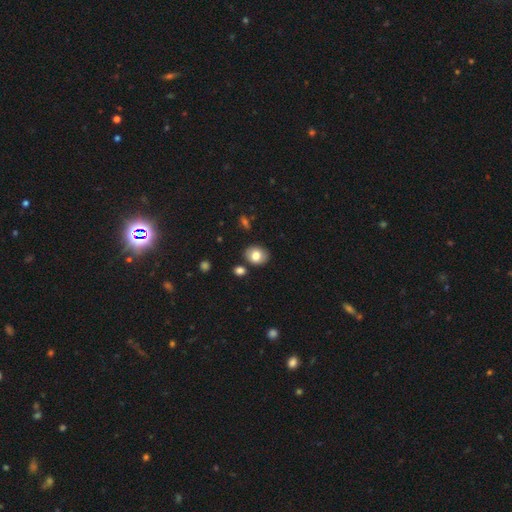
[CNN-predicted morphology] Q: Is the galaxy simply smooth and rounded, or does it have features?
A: smooth — 78%.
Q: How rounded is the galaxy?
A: round — 54%.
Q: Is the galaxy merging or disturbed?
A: none — 82%.